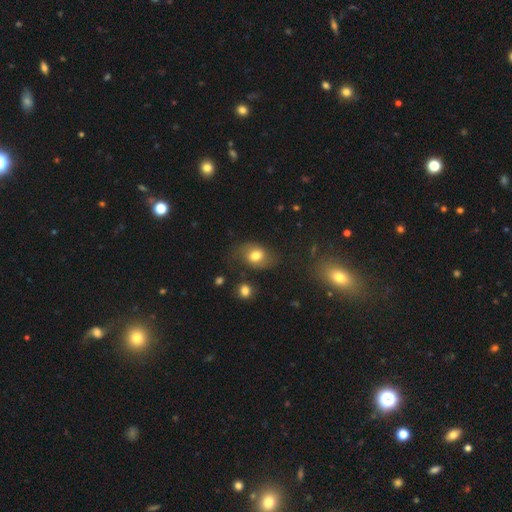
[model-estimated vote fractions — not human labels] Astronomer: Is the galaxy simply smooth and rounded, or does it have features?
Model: smooth — 69%.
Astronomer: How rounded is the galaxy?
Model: in between — 70%.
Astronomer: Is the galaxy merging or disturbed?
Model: none — 68%.